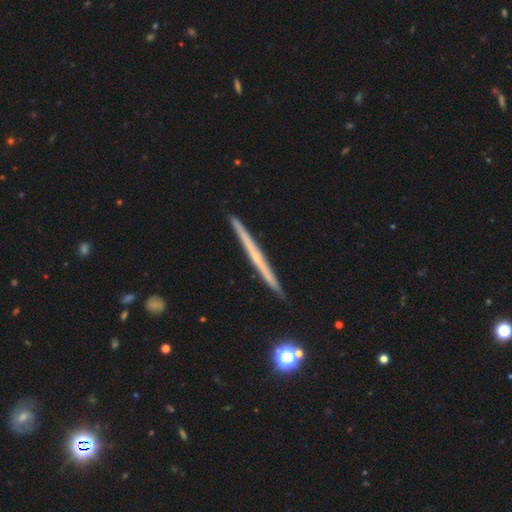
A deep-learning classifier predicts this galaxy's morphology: featured or disk 64%, smooth 30%, star or artifact 6%. Down the decision tree: edge-on disk — yes (98%); edge-on bulge — none (79%); merging — none (92%).